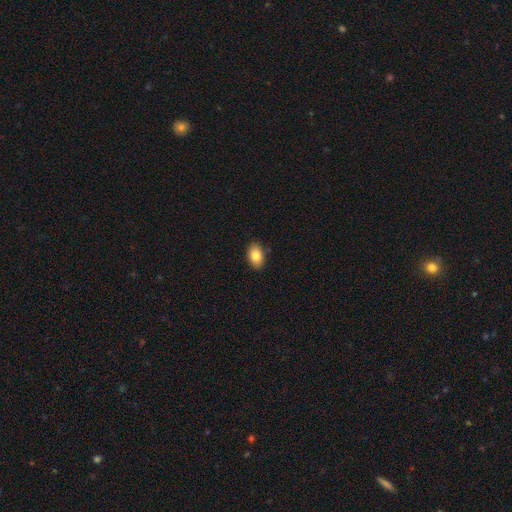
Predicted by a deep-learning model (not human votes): Smooth or featured?
  - smooth: 82% *
  - featured or disk: 10%
  - star or artifact: 8%
How rounded?
  - in between: 88% *
  - round: 11%
  - cigar-shaped: 1%
Merging?
  - none: 88% *
  - minor disturbance: 9%
  - major disturbance: 2%
  - merger: 1%